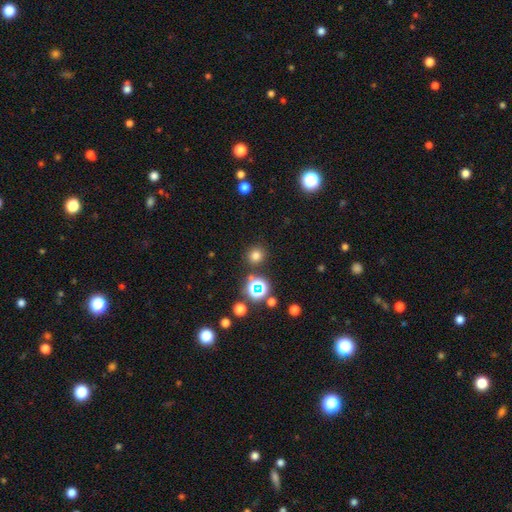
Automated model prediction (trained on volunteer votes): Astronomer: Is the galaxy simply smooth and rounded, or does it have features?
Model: smooth — 74%.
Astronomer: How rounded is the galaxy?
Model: round — 91%.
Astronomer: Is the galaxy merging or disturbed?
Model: none — 87%.